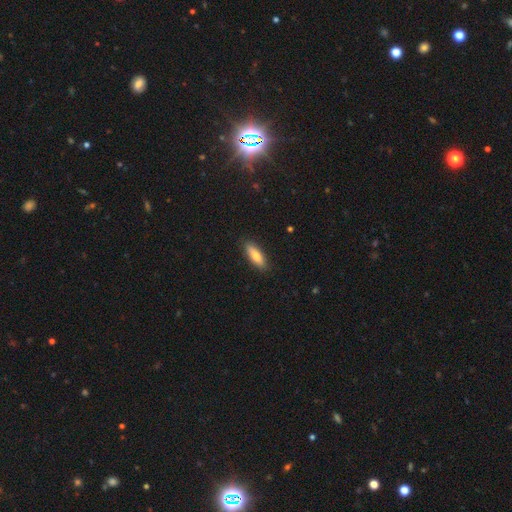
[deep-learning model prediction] This is likely a smooth galaxy (75%). How rounded: possibly in between (57%). Merging: clearly none (88%).